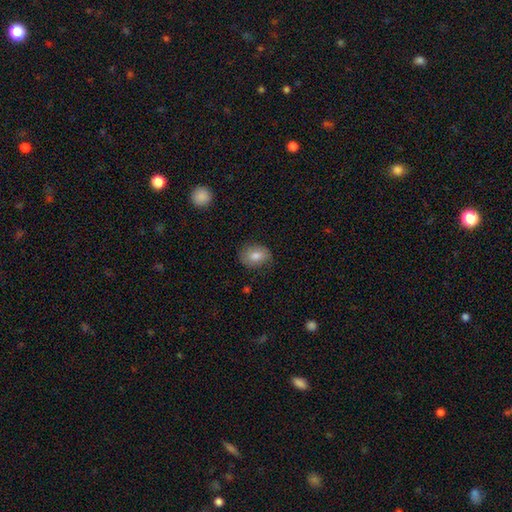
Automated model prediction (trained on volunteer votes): Smooth or featured: smooth — 80% (featured or disk — 12%)
How rounded: in between — 65% (round — 34%)
Merging: none — 79% (minor disturbance — 16%)